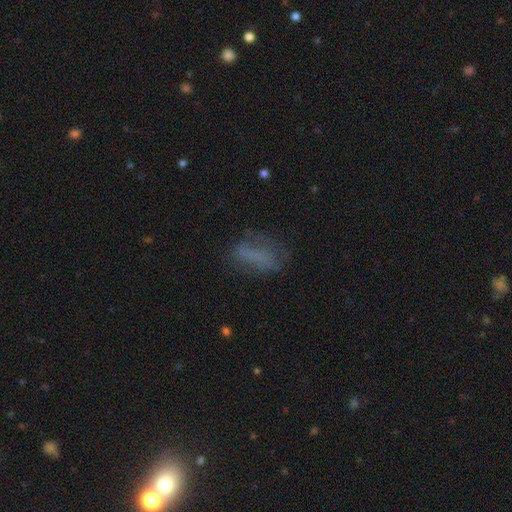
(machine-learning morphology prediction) Q: Smooth or featured?
A: smooth (59%); runner-up: featured or disk (25%)
Q: How rounded?
A: in between (72%); runner-up: cigar-shaped (22%)
Q: Merging?
A: none (56%); runner-up: minor disturbance (23%)